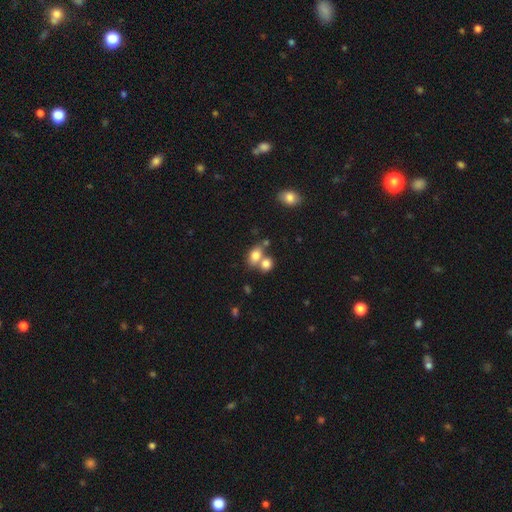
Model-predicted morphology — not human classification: Smooth or featured: smooth — 78% (featured or disk — 12%)
How rounded: in between — 74% (round — 23%)
Merging: merger — 49% (none — 37%)